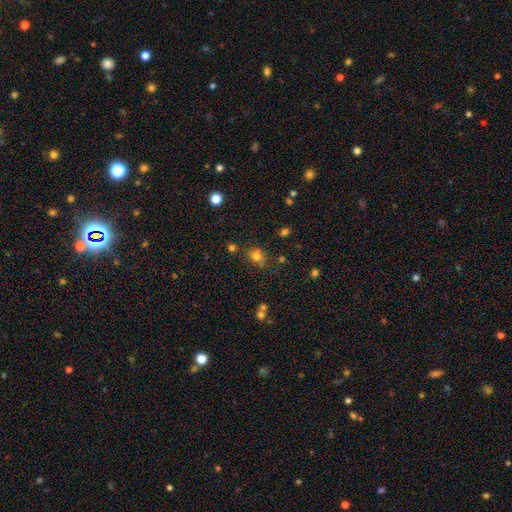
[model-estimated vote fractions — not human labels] This appears to be a smooth galaxy with no disk features (74%) that is round (60%). Merging: none (60%).